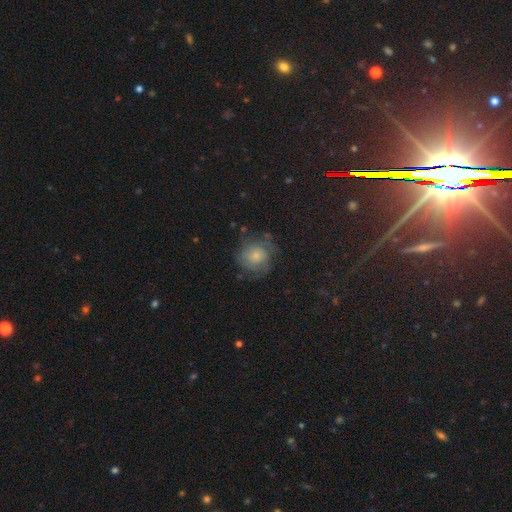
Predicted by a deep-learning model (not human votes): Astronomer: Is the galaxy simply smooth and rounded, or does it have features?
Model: smooth — 58%.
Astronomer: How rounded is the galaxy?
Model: round — 86%.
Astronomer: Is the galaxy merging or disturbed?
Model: none — 60%.